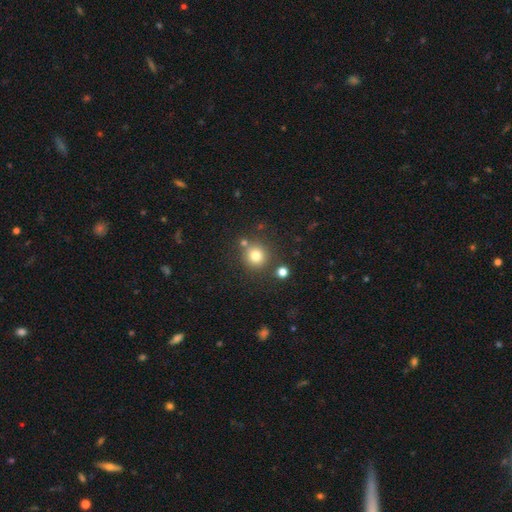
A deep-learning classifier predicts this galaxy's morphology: Overall: smooth (79%). How rounded: round (91%). Merging: none (79%).